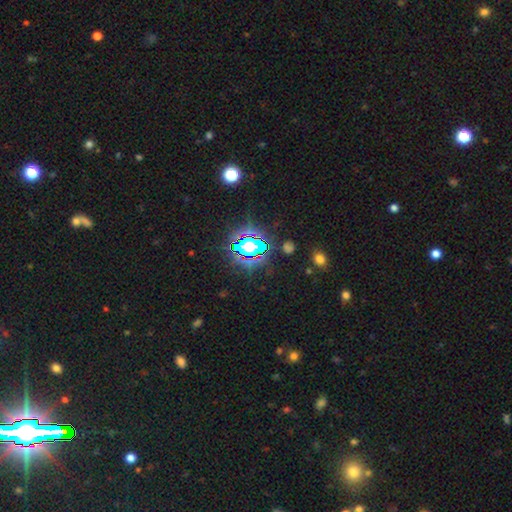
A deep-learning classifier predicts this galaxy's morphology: Overall: star or artifact (77%).